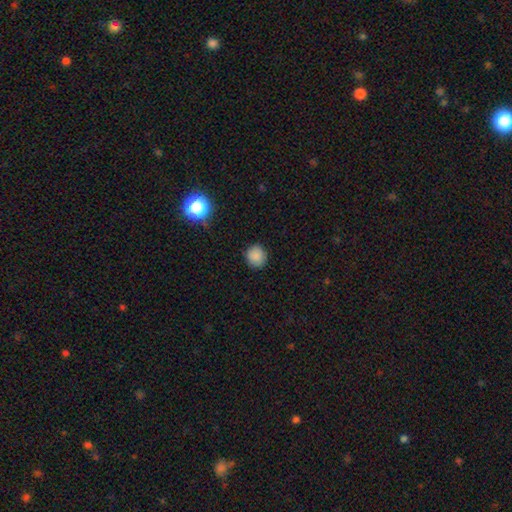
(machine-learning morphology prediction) This appears to be a smooth galaxy with no disk features (86%) that is round (89%). Merging: none (89%).